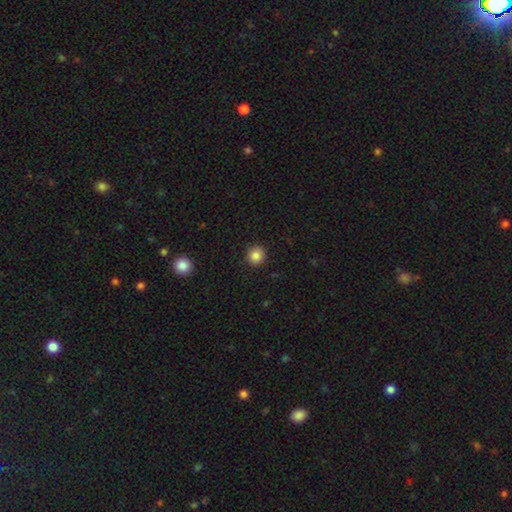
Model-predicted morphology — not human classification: The model was most divided on "smooth or featured": smooth: 85%, star or artifact: 10%, featured or disk: 5%. More confident: how rounded — round (92%); merging — none (91%).